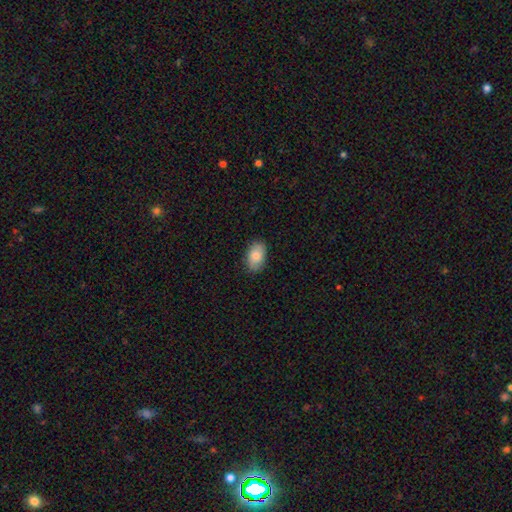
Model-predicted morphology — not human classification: This is clearly a smooth galaxy (83%). How rounded: clearly in between (91%). Merging: clearly none (86%).